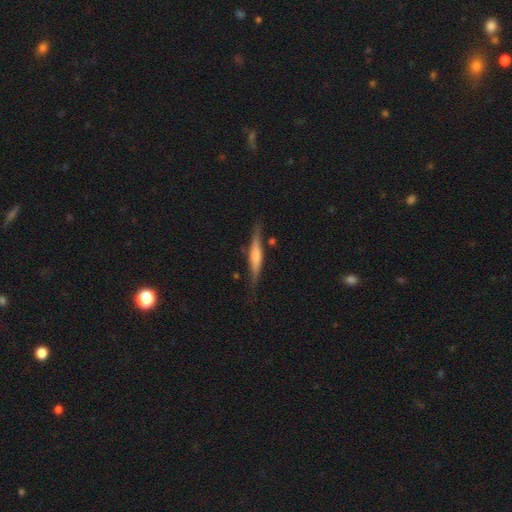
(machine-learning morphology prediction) Smooth or featured: featured or disk — 56% (smooth — 38%)
Edge-on disk: yes — 95% (no — 5%)
Edge-on bulge: rounded — 50% (boxy — 31%)
Merging: none — 77% (minor disturbance — 16%)